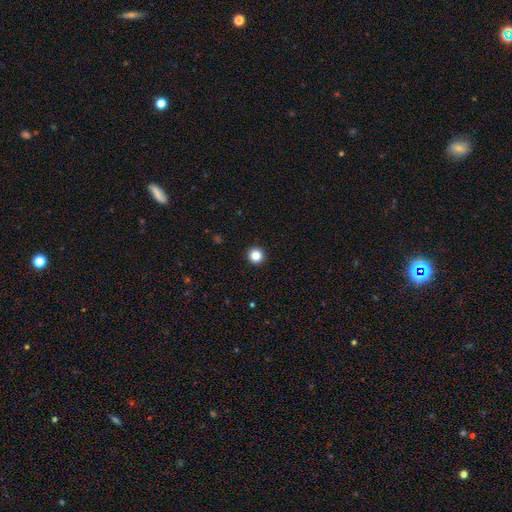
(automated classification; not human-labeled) This appears to be a smooth galaxy with no disk features (85%) that is round (96%). Merging: none (94%).